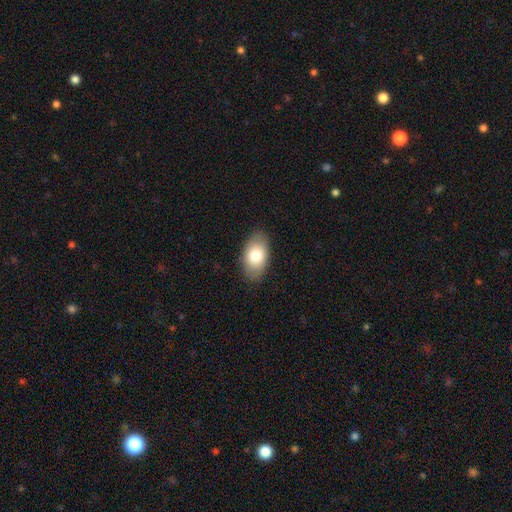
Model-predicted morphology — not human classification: Q: Smooth or featured?
A: smooth (79%); runner-up: featured or disk (14%)
Q: How rounded?
A: in between (93%); runner-up: round (5%)
Q: Merging?
A: none (86%); runner-up: minor disturbance (11%)